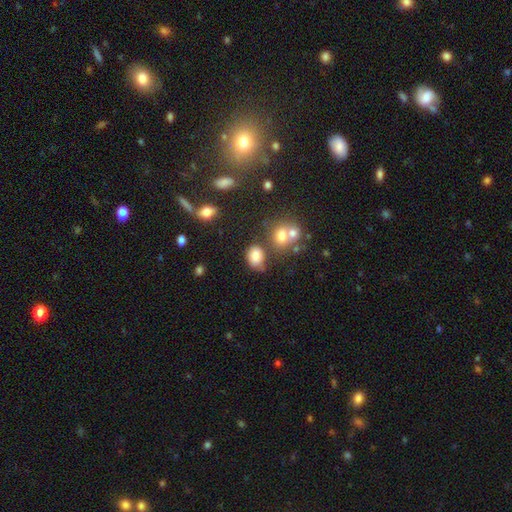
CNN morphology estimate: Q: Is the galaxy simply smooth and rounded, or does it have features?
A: smooth — 80%.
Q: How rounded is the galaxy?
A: in between — 65%.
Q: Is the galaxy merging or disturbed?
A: none — 54%.